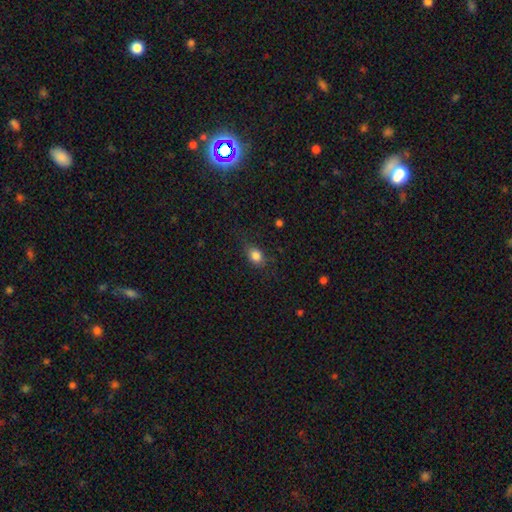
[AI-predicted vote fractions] A smooth galaxy with no disk features (83%) that is in between round and cigar-shaped (55%). Merging: none (73%).